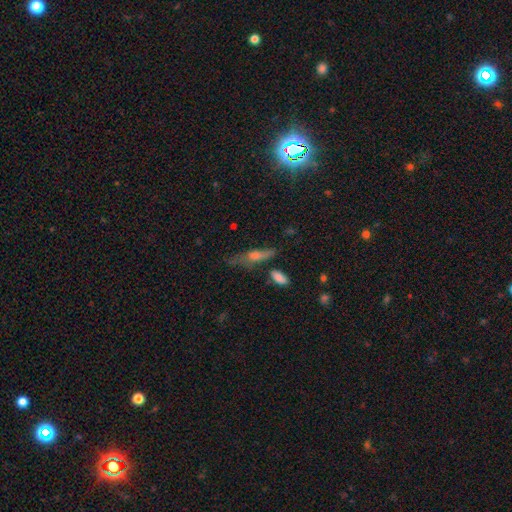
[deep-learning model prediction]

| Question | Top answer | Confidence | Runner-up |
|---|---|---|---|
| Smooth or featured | featured or disk | 42% | smooth (37%) |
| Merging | none | 60% | minor disturbance (21%) |